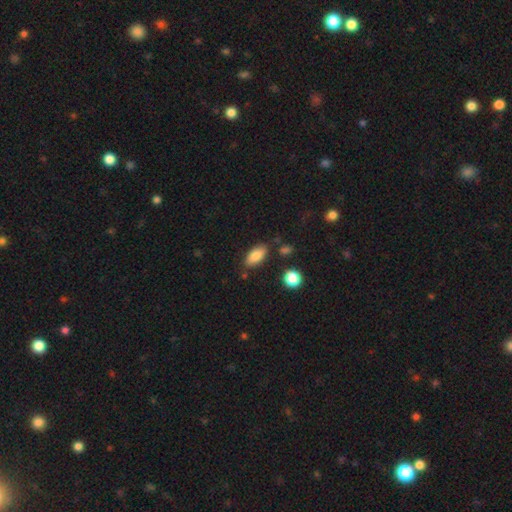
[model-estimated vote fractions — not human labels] Morphology: type=smooth (83%); roundness=in between (89%); merging=none (79%).